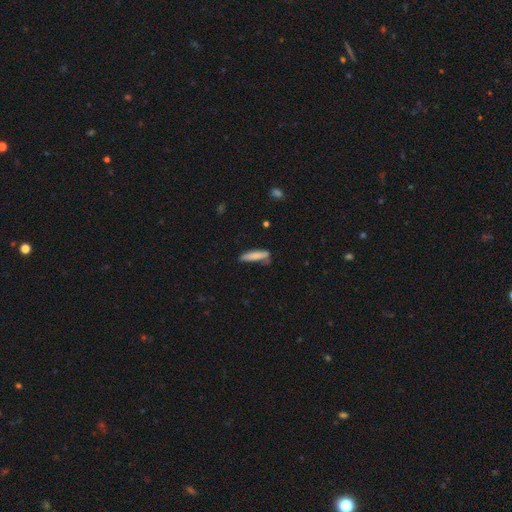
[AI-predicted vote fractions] Smooth or featured?
  - smooth: 80% *
  - featured or disk: 13%
  - star or artifact: 7%
How rounded?
  - cigar-shaped: 82% *
  - in between: 16%
  - round: 1%
Merging?
  - none: 63% *
  - minor disturbance: 25%
  - merger: 6%
  - major disturbance: 6%